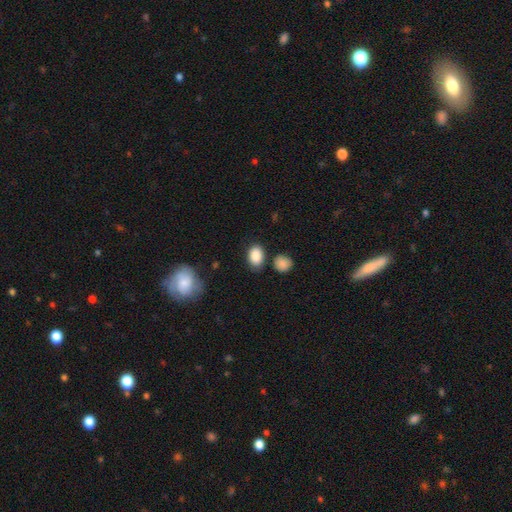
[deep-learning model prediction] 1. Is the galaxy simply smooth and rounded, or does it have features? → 88% smooth, 7% star or artifact, 4% featured or disk.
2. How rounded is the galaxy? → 83% in between, 16% round, 1% cigar-shaped.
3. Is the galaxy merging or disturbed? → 77% none, 13% minor disturbance, 6% merger, 3% major disturbance.